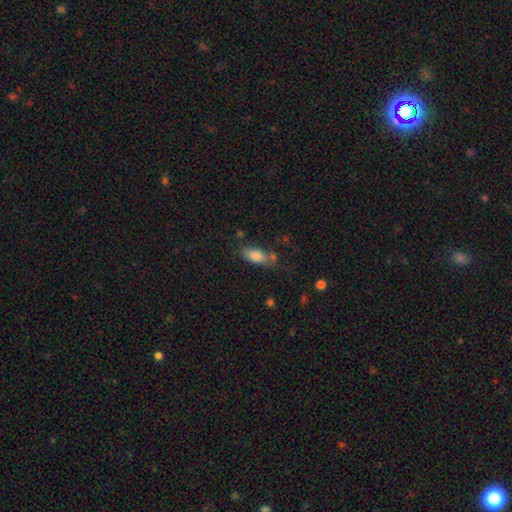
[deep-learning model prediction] Overall: smooth (80%). How rounded: in between (81%). Merging: none (59%; minor disturbance 23%).